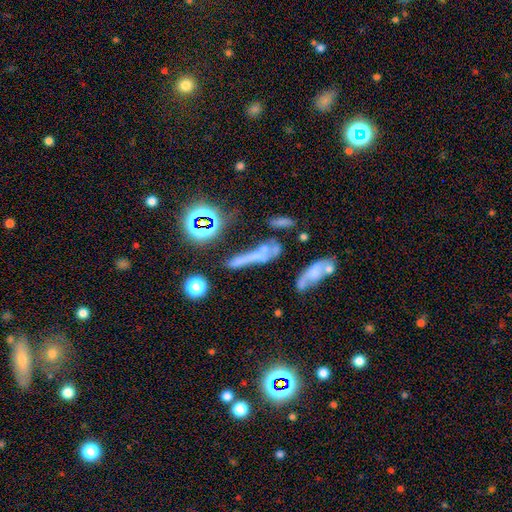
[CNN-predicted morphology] Q: Smooth or featured?
A: smooth (38%); runner-up: star or artifact (33%)
Q: Merging?
A: none (45%); runner-up: merger (22%)